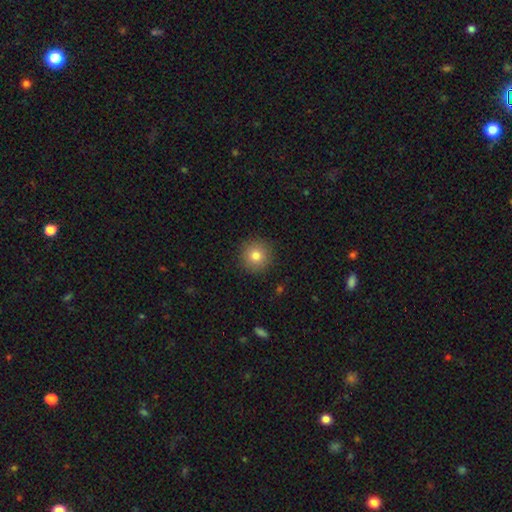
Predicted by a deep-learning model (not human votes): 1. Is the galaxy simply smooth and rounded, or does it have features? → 81% smooth, 11% star or artifact, 8% featured or disk.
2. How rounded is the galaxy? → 95% round, 4% in between, 1% cigar-shaped.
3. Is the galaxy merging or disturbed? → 91% none, 6% minor disturbance, 2% major disturbance, 1% merger.